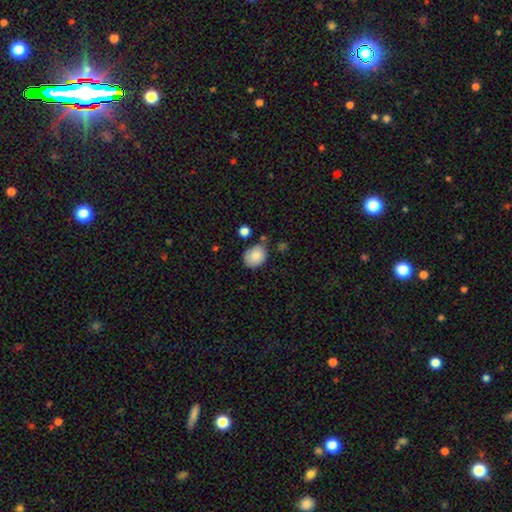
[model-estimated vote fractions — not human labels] A smooth galaxy with no disk features (86%) that is in between round and cigar-shaped (58%).

Vote fractions:
- Smooth or featured? smooth: 86% / star or artifact: 8% / featured or disk: 7%
- How rounded? in between: 58% / round: 41% / cigar-shaped: 1%
- Merging? none: 69% / minor disturbance: 21% / merger: 6% / major disturbance: 4%